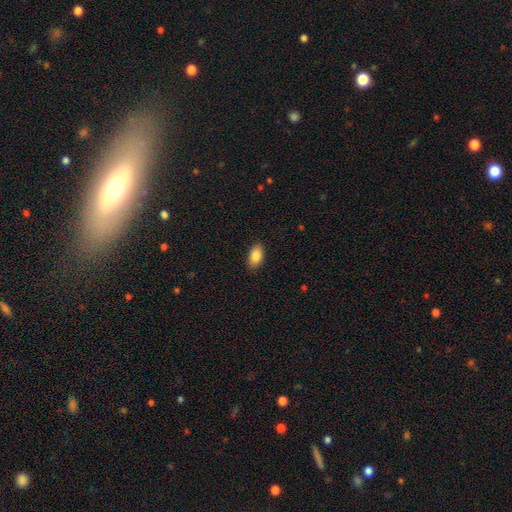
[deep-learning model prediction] This appears to be a smooth galaxy with no disk features (87%) that is in between round and cigar-shaped (93%). Merging: none (88%).